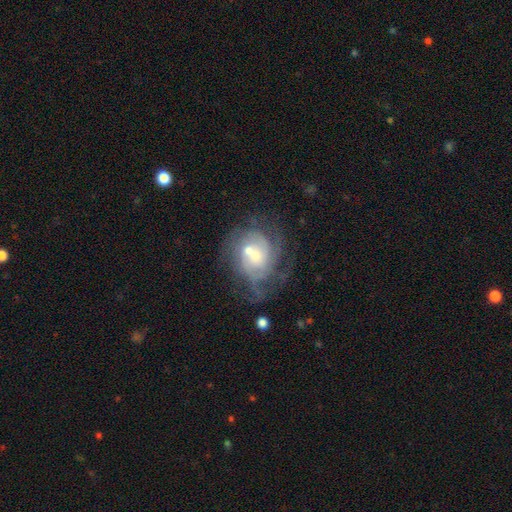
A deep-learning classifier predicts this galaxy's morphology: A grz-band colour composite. It shows a featured or disk galaxy (75%) with no bar (63%), tight (55%) spiral arms (86%) and a small central bulge (44%). Merging: none (46%).